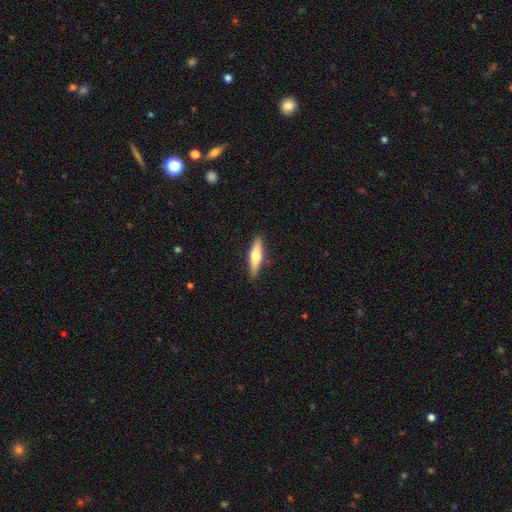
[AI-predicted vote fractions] The model was most divided on "smooth or featured": smooth: 52%, featured or disk: 43%, star or artifact: 6%. More confident: merging — none (89%); how rounded — cigar-shaped (76%).